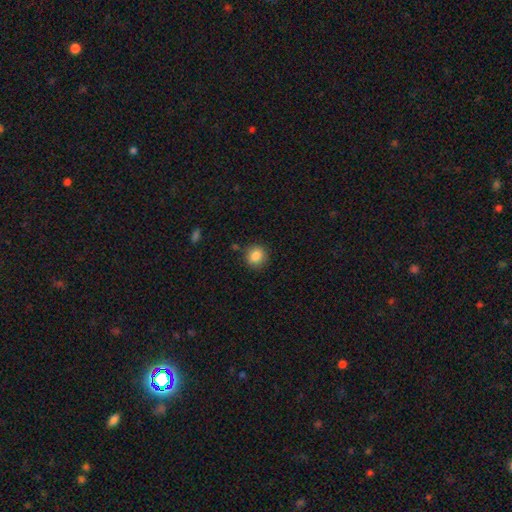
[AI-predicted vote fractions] Smooth or featured: smooth — 86% (star or artifact — 9%)
How rounded: round — 80% (in between — 19%)
Merging: none — 85% (minor disturbance — 10%)